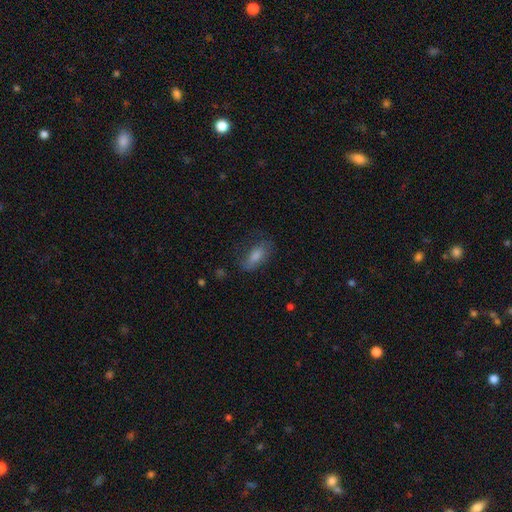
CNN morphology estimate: A smooth galaxy with no disk features (62%) that is in between round and cigar-shaped (81%). Merging: none (64%).